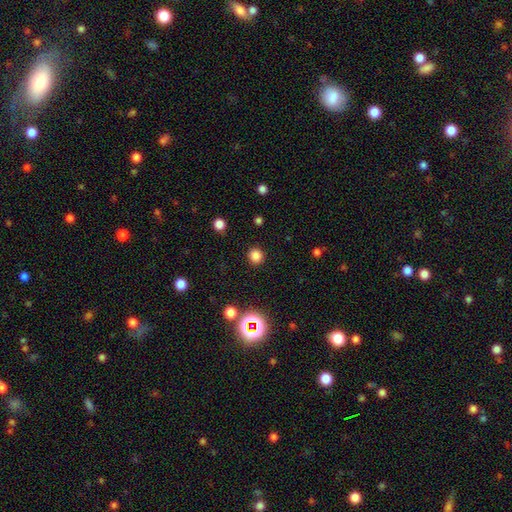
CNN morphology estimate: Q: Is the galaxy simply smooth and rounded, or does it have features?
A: smooth — 80%.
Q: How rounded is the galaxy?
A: round — 91%.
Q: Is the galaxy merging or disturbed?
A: none — 90%.